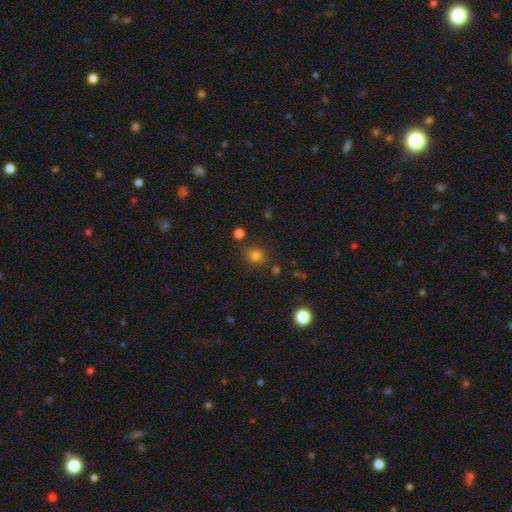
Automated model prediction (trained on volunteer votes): A smooth galaxy with no disk features (79%) that is round (84%).

Vote fractions:
- Smooth or featured? smooth: 79% / star or artifact: 16% / featured or disk: 5%
- How rounded? round: 84% / in between: 15% / cigar-shaped: 1%
- Merging? none: 82% / minor disturbance: 10% / merger: 5% / major disturbance: 3%